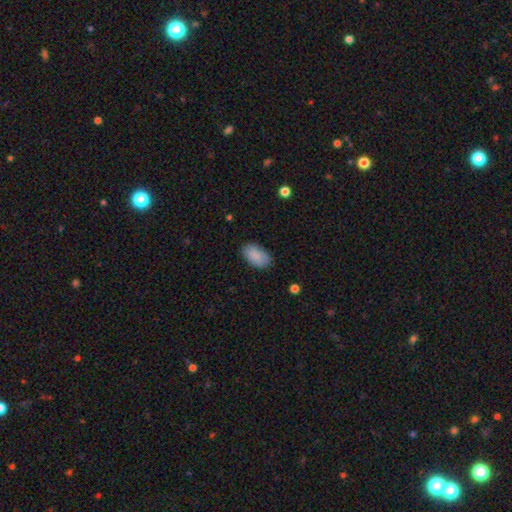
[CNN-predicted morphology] Smooth or featured? smooth (89%)
How rounded? in between (94%)
Merging? none (83%)